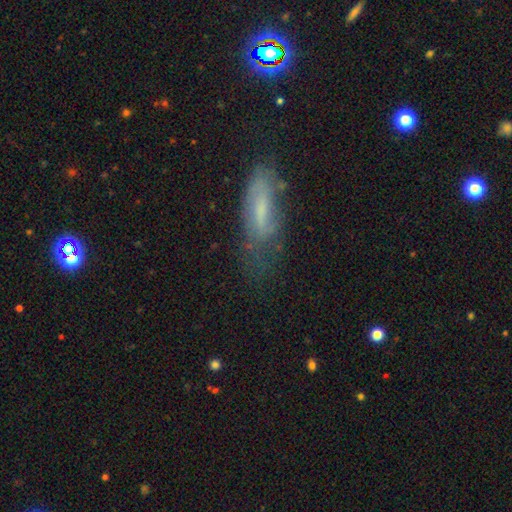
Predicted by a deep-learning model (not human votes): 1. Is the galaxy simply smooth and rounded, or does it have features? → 45% smooth, 43% featured or disk, 12% star or artifact.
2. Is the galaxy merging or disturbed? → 55% none, 28% minor disturbance, 15% major disturbance, 3% merger.